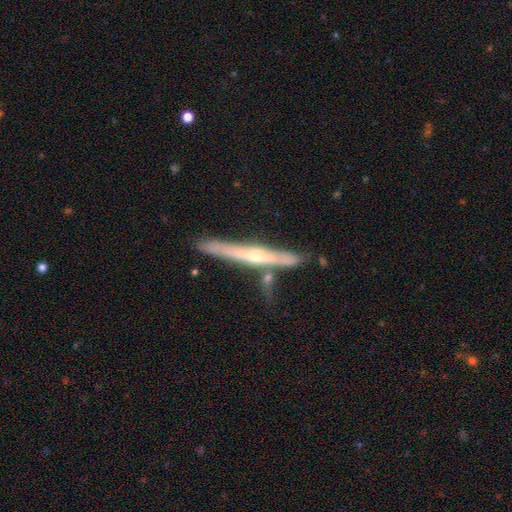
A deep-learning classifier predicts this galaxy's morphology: Smooth or featured? Predicted: featured or disk (p=0.71). Edge-on disk? Predicted: yes (p=0.96). Edge-on bulge? Predicted: rounded (p=0.73). Merging? Predicted: none (p=0.75).